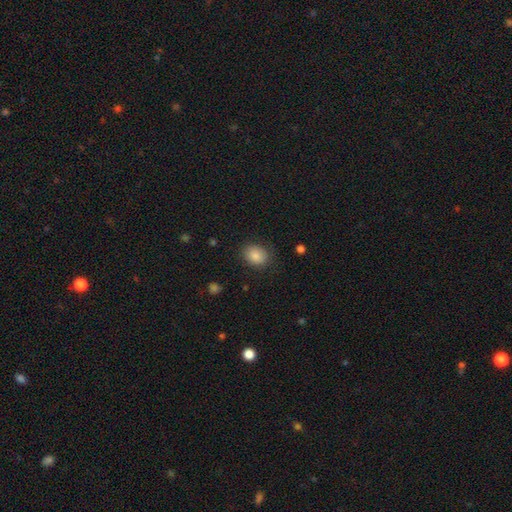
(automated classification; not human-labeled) This is clearly a smooth galaxy (86%). How rounded: possibly in between (52%). Merging: clearly none (82%).